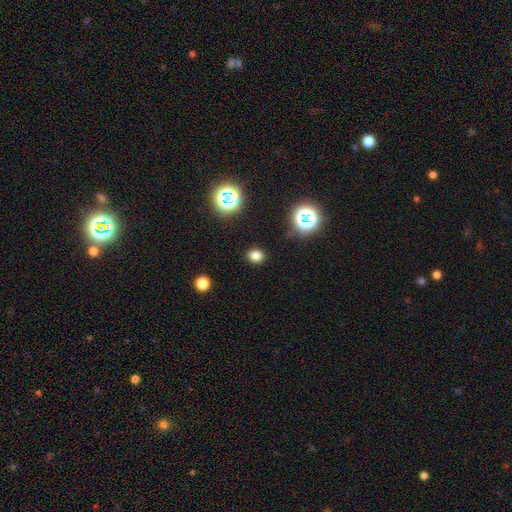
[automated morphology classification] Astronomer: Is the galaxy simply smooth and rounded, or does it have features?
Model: smooth — 78%.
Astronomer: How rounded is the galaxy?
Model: round — 62%.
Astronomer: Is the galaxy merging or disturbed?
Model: none — 89%.